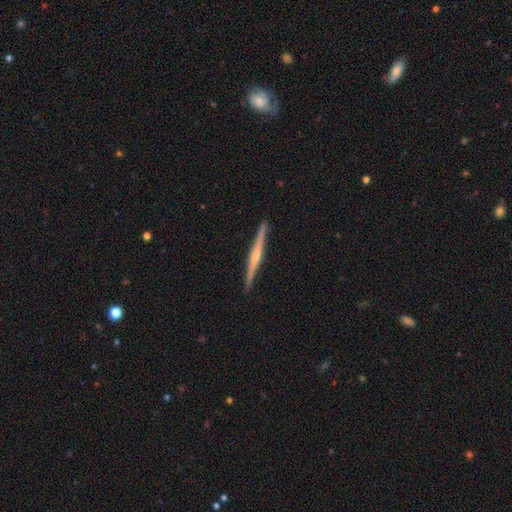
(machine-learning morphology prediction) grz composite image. It shows a featured or disk galaxy (74%) viewed edge-on (98%) with a rounded central bulge (64%). Merging: none (91%).